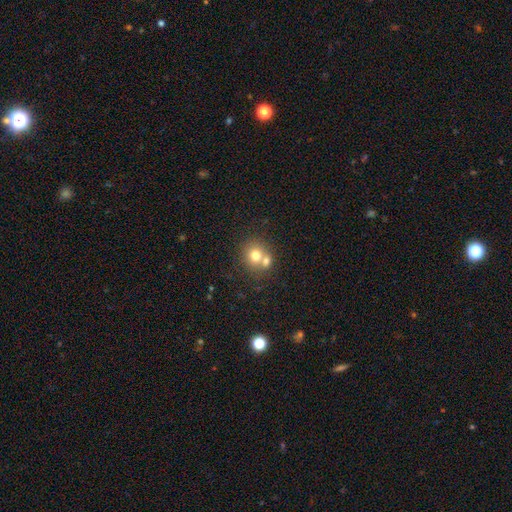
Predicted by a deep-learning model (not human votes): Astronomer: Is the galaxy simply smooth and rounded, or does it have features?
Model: smooth — 73%.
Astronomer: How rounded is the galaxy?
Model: round — 81%.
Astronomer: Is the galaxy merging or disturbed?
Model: merger — 46% (runner-up: none, 44%).